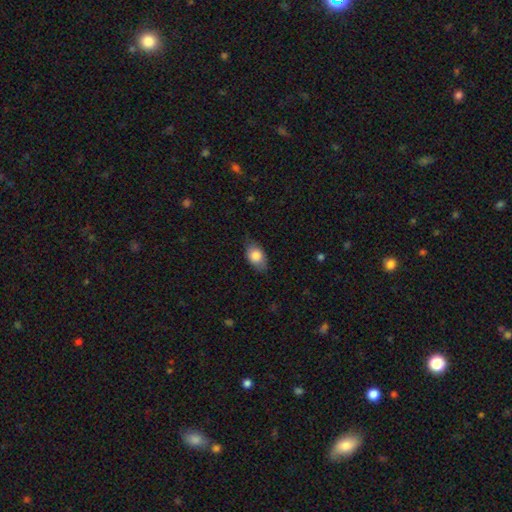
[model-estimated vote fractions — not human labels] Morphology: type=smooth (80%); roundness=in between (85%); merging=none (74%).